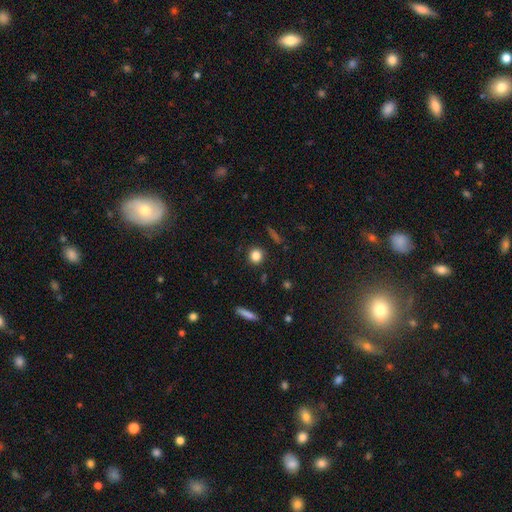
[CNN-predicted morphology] The model was most divided on "smooth or featured": smooth: 84%, star or artifact: 11%, featured or disk: 6%. More confident: merging — none (90%); how rounded — round (90%).